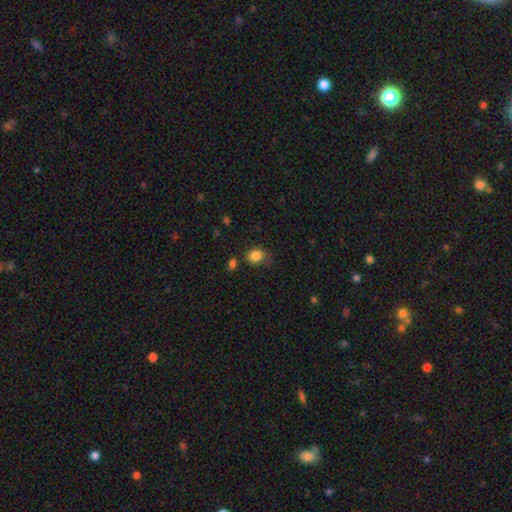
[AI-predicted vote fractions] Q: Smooth or featured?
A: smooth (85%); runner-up: star or artifact (11%)
Q: How rounded?
A: round (67%); runner-up: in between (32%)
Q: Merging?
A: none (69%); runner-up: minor disturbance (21%)